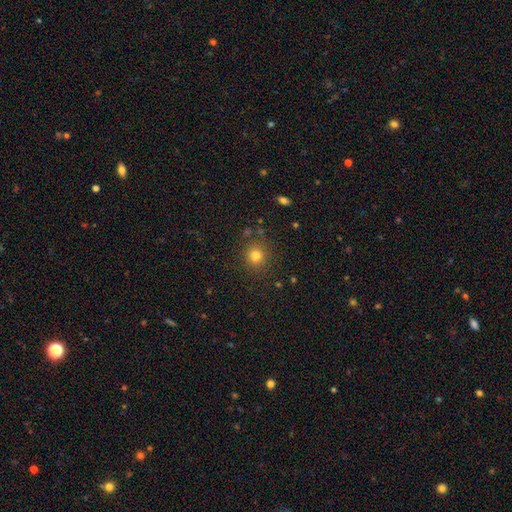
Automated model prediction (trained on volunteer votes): This is likely a smooth galaxy (79%). How rounded: clearly round (90%). Merging: clearly none (86%).